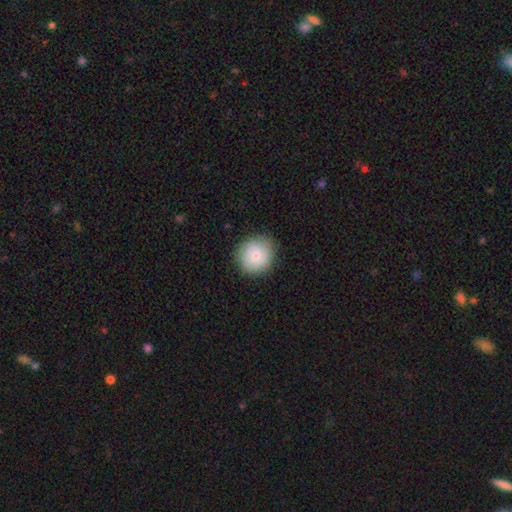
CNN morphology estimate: Smooth or featured: smooth — 66% (featured or disk — 27%)
How rounded: round — 89% (in between — 10%)
Merging: none — 84% (minor disturbance — 12%)